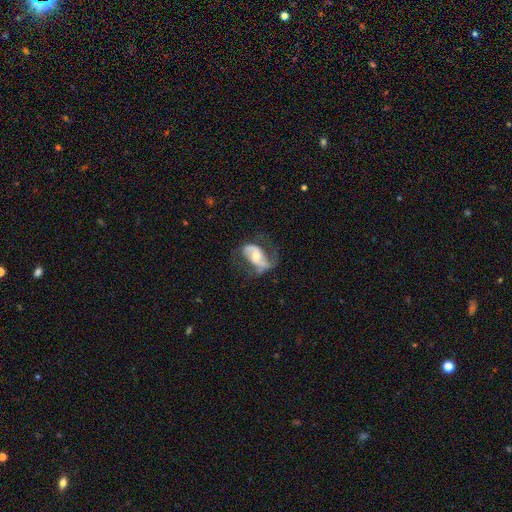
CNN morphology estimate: The model was most divided on "spiral winding": loose: 51%, medium: 35%, tight: 13%. Remaining: edge-on disk — no (94%); spiral arms — yes (86%); spiral arm count — 2 (83%); smooth or featured — featured or disk (75%); bulge size — moderate (61%); merging — none (55%); bar — no (49%).